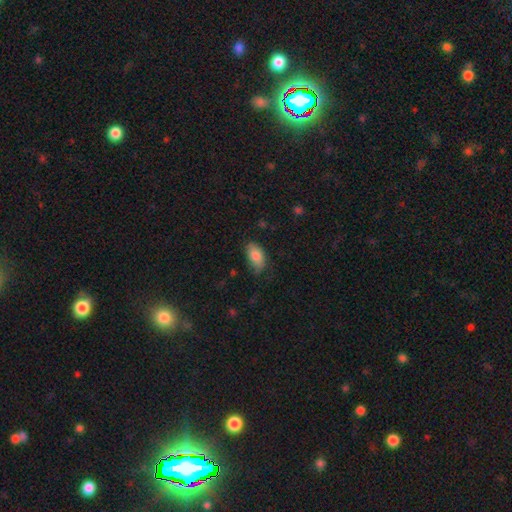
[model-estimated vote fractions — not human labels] A smooth galaxy with no disk features (83%) that is in between round and cigar-shaped (92%).

Vote fractions:
- Smooth or featured? smooth: 83% / featured or disk: 10% / star or artifact: 7%
- How rounded? in between: 92% / round: 4% / cigar-shaped: 3%
- Merging? none: 66% / minor disturbance: 26% / major disturbance: 7% / merger: 1%